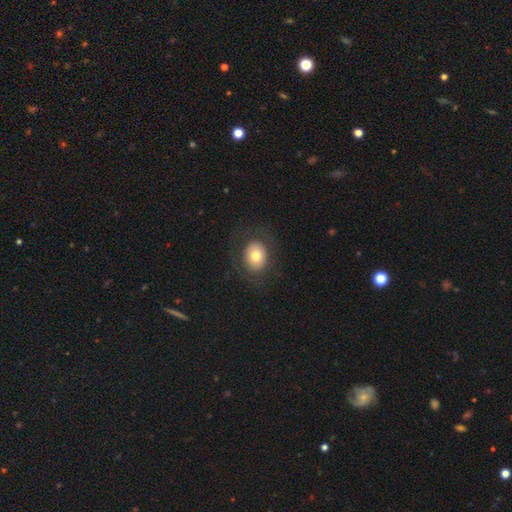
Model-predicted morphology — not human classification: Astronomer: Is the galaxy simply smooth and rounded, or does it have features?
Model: smooth — 71%.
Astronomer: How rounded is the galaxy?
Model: in between — 50% (runner-up: round, 49%).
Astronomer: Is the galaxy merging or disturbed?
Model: none — 79%.